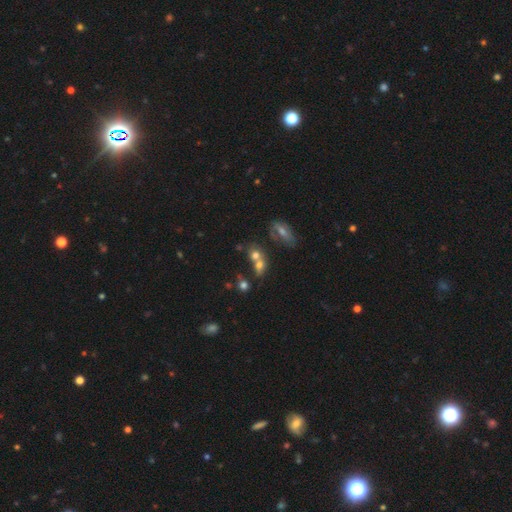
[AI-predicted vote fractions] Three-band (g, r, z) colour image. It shows a smooth galaxy with no disk features (66%) that is round (53%). Merging: merger (57%).